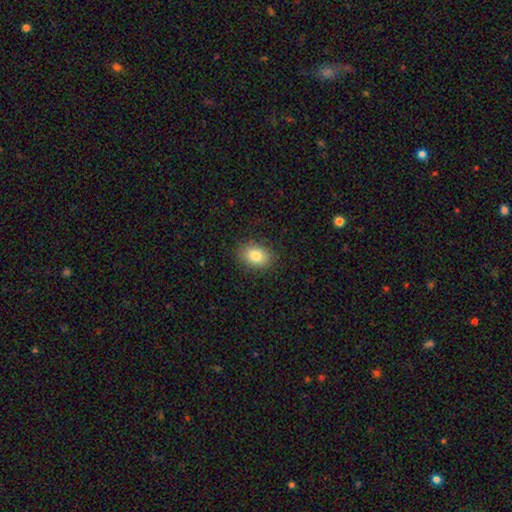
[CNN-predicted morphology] Overall: smooth (82%). How rounded: in between (69%). Merging: none (86%).